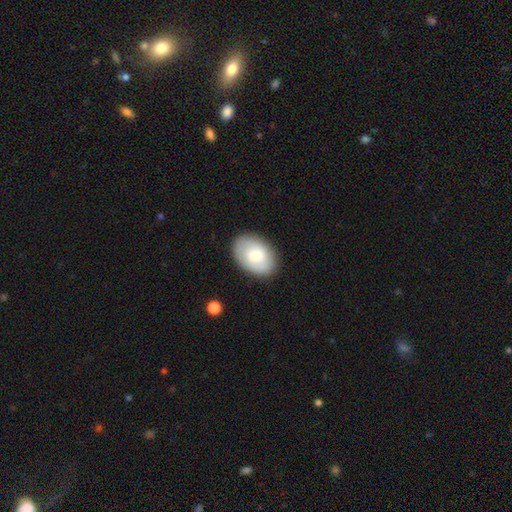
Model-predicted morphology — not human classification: Q: Smooth or featured?
A: smooth (67%); runner-up: featured or disk (27%)
Q: How rounded?
A: in between (83%); runner-up: round (16%)
Q: Merging?
A: none (86%); runner-up: minor disturbance (10%)